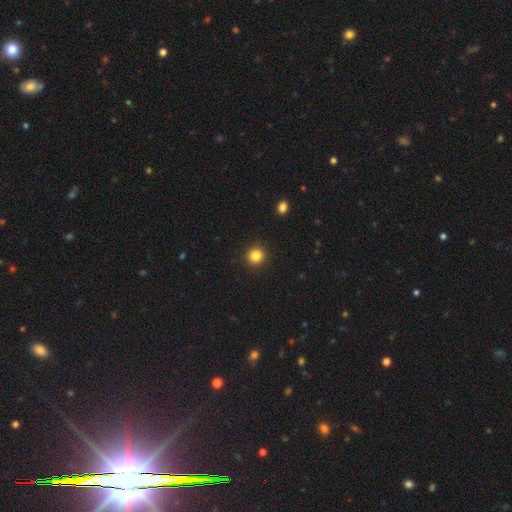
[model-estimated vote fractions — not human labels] Morphology: type=smooth (84%); roundness=round (93%); merging=none (93%).